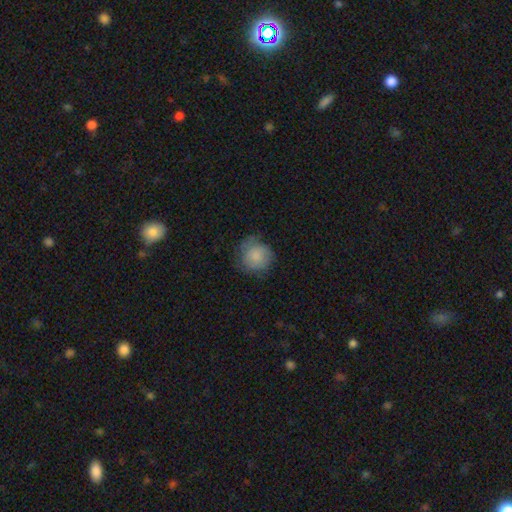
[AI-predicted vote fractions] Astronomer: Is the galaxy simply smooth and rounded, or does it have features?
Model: smooth — 80%.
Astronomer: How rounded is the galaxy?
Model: round — 89%.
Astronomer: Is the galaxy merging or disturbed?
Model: none — 67%.